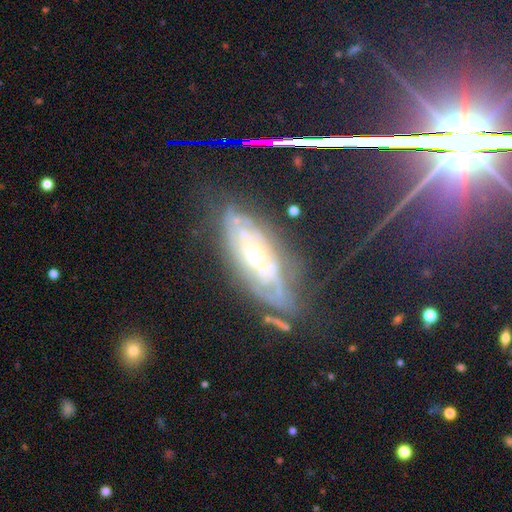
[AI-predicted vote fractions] Smooth or featured?
  - featured or disk: 74% *
  - star or artifact: 14%
  - smooth: 12%
Edge-on disk?
  - no: 75% *
  - yes: 25%
Bar?
  - no: 69% *
  - weak: 23%
  - strong: 8%
Spiral arms?
  - yes: 86% *
  - no: 14%
Bulge size?
  - small: 47% *
  - moderate: 44%
  - large: 5%
  - none: 2%
  - dominant: 2%
Merging?
  - none: 72% *
  - minor disturbance: 19%
  - major disturbance: 8%
  - merger: 2%